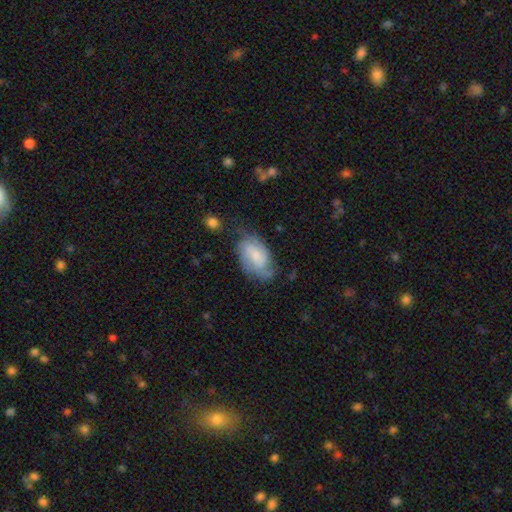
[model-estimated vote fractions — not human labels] The model was most divided on "bar": no: 50%, weak: 41%, strong: 9%. Remaining: edge-on disk — no (96%); spiral arms — yes (85%); merging — none (56%); smooth or featured — featured or disk (54%); bulge size — small (45%).